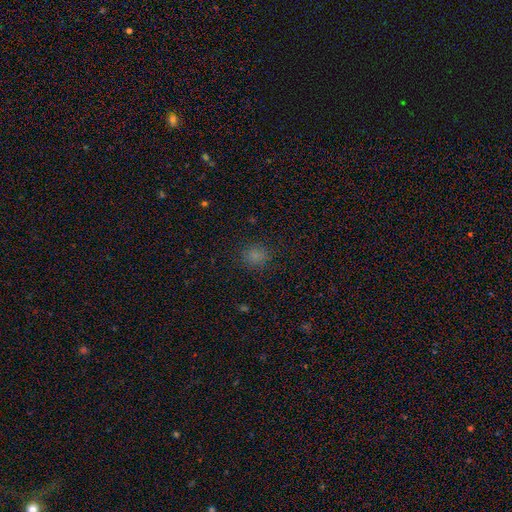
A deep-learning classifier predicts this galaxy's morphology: smooth_or_featured: smooth (p=0.79) [alt: star or artifact p=0.17]
how_rounded: round (p=0.79) [alt: in between p=0.20]
merging: none (p=0.87) [alt: minor disturbance p=0.09]